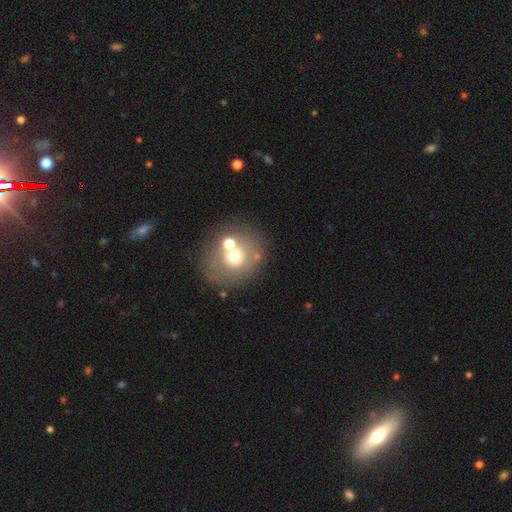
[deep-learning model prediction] smooth 56%, featured or disk 28%, star or artifact 17%. Down the decision tree: how rounded — round (82%); merging — none (63%).